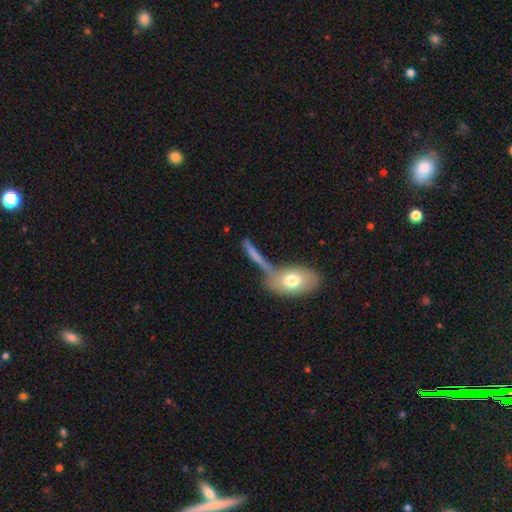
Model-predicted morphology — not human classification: Q: Smooth or featured?
A: smooth (59%); runner-up: featured or disk (32%)
Q: How rounded?
A: cigar-shaped (53%); runner-up: in between (38%)
Q: Merging?
A: none (45%); runner-up: merger (34%)